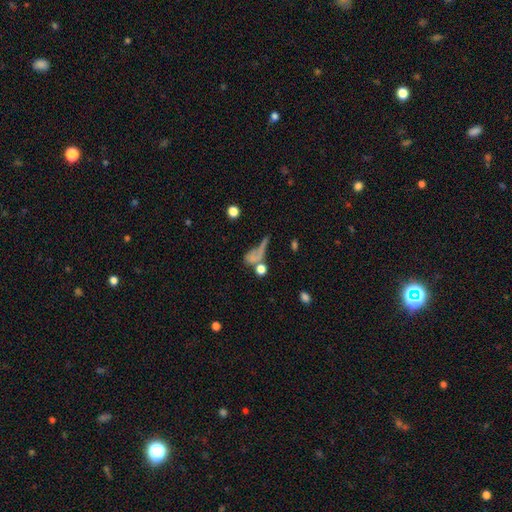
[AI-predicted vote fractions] Overall: smooth (59%; featured or disk 26%). How rounded: in between (38%; round 36%). Merging: none (31%; merger 28%).